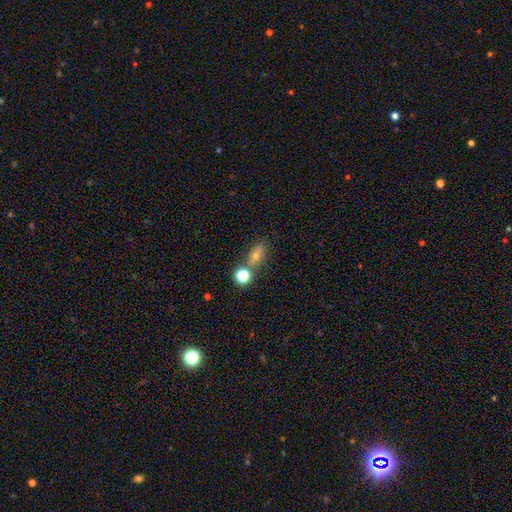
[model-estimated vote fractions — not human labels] Smooth or featured?
  - smooth: 62% *
  - star or artifact: 20%
  - featured or disk: 18%
How rounded?
  - in between: 60% *
  - round: 29%
  - cigar-shaped: 12%
Merging?
  - none: 57% *
  - merger: 25%
  - minor disturbance: 12%
  - major disturbance: 6%